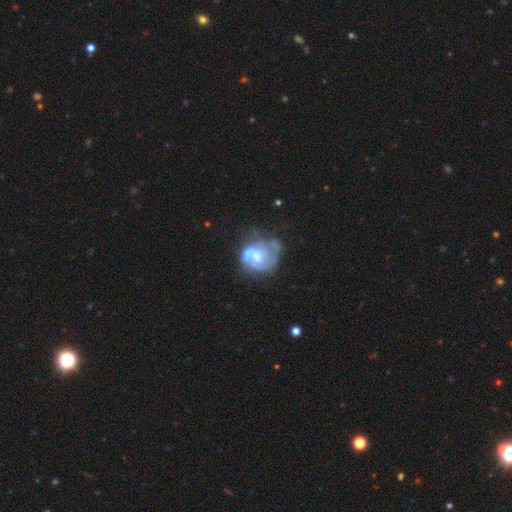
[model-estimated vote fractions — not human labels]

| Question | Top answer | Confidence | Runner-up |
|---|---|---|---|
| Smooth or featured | featured or disk | 68% | smooth (24%) |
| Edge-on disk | no | 98% | yes (2%) |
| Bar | no | 64% | weak (30%) |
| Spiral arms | yes | 68% | no (32%) |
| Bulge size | moderate | 50% | small (29%) |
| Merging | none | 36% | major disturbance (27%) |